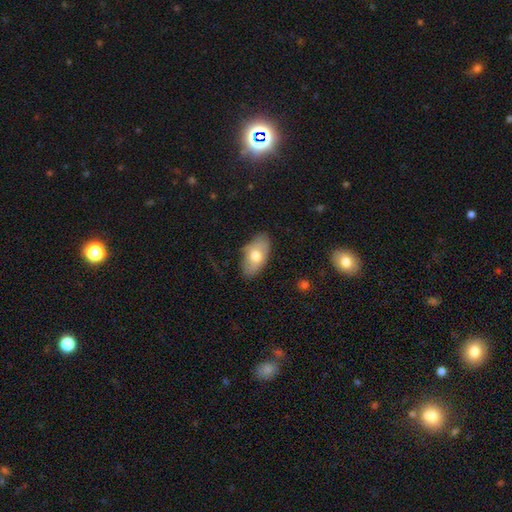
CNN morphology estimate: smooth 69%, featured or disk 25%, star or artifact 7%. Down the decision tree: how rounded — in between (94%); merging — none (75%).